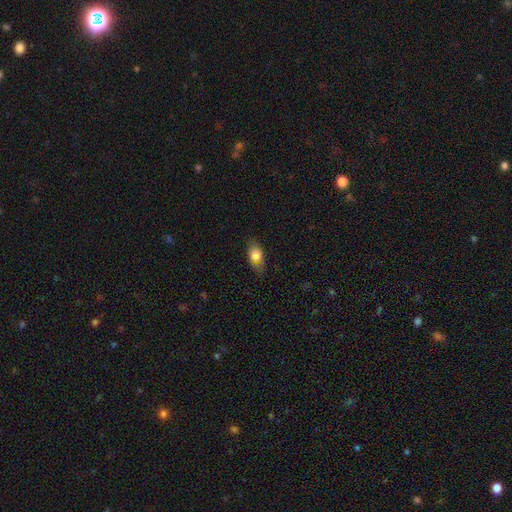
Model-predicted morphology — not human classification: smooth-or-featured: smooth: 74% | featured or disk: 17% | star or artifact: 9%
  how-rounded: in between: 81% | round: 13% | cigar-shaped: 6%
  merging: none: 71% | minor disturbance: 21% | major disturbance: 6% | merger: 1%